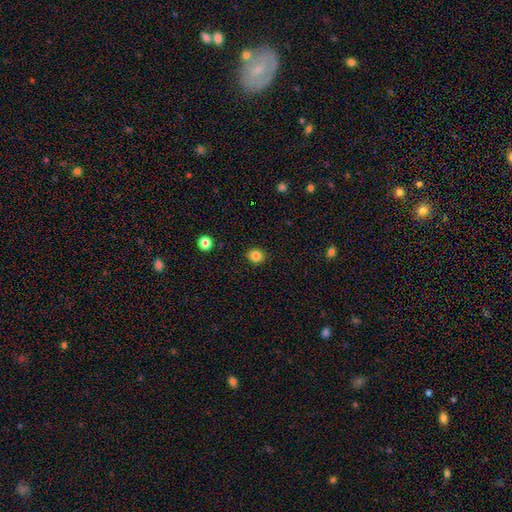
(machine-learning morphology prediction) type=smooth (84%); roundness=round (75%); merging=none (90%).